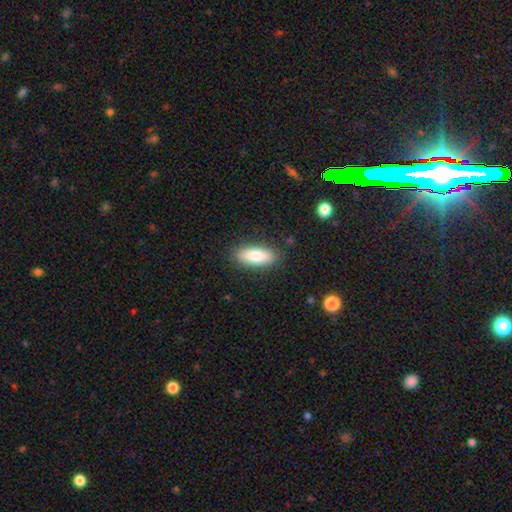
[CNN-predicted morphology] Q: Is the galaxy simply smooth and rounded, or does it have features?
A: smooth — 79%.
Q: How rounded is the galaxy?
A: in between — 72%.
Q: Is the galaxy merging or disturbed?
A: none — 87%.